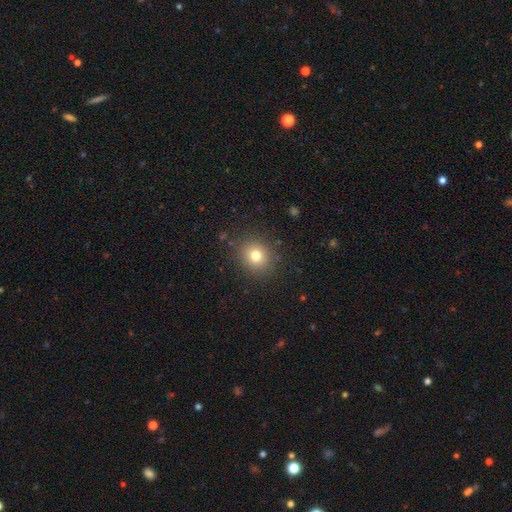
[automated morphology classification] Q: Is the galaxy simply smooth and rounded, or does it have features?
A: smooth — 77%.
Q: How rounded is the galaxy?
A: round — 81%.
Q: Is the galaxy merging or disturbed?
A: none — 88%.